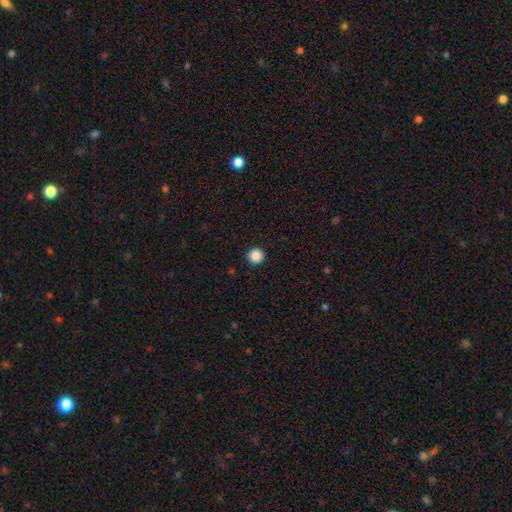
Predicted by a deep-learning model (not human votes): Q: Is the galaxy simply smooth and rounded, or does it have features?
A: smooth — 87%.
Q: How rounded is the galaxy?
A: round — 96%.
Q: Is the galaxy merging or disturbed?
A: none — 93%.